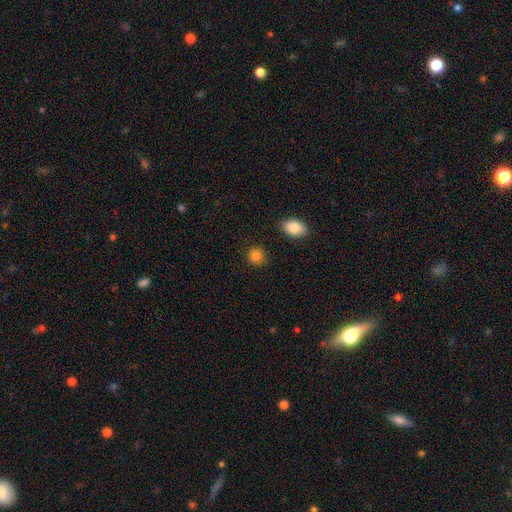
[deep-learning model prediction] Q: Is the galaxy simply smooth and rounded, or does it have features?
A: smooth — 86%.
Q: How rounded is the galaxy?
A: round — 80%.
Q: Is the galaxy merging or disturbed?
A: none — 85%.